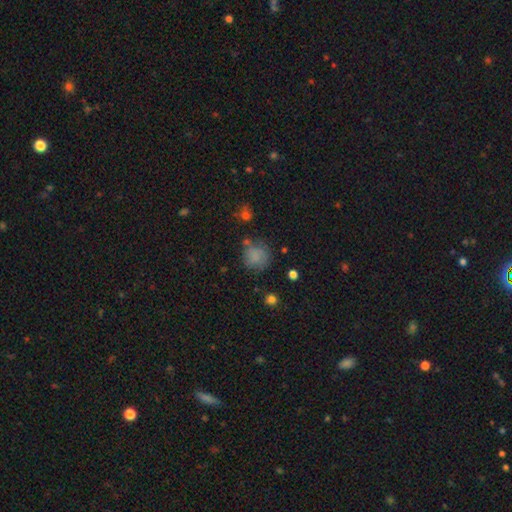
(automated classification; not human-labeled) Overall: smooth (76%). How rounded: round (83%). Merging: none (64%).